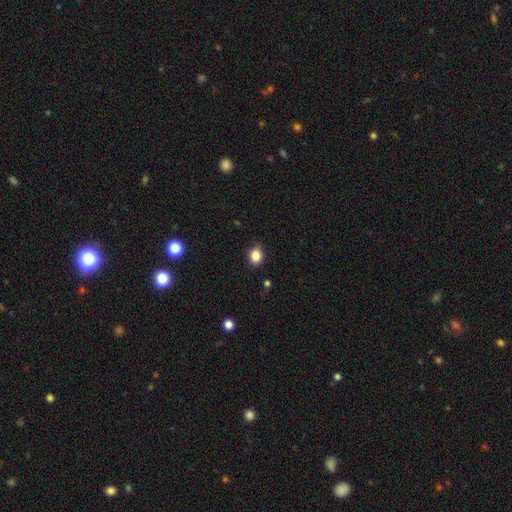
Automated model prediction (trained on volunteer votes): Smooth or featured? smooth (84%)
How rounded? round (54%)
Merging? none (79%)